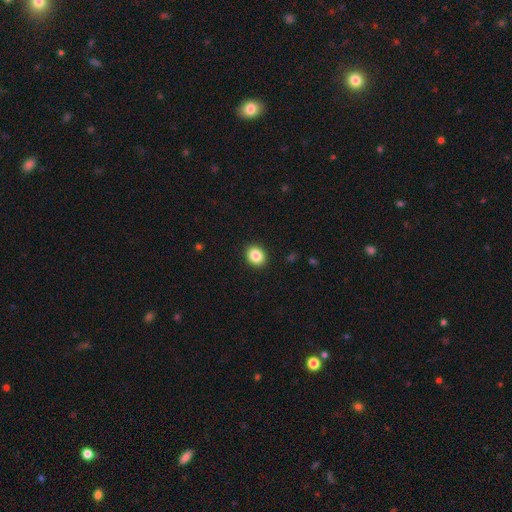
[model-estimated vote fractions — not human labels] smooth_or_featured: smooth (p=0.86) [alt: star or artifact p=0.09]
how_rounded: round (p=0.63) [alt: in between p=0.36]
merging: none (p=0.92) [alt: minor disturbance p=0.05]